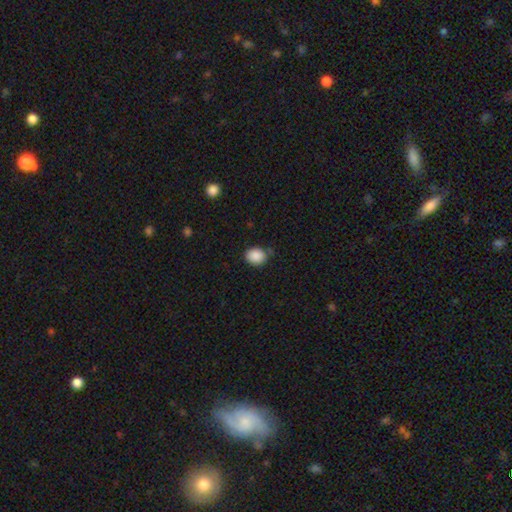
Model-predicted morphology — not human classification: Smooth or featured? Predicted: smooth (p=0.88). How rounded? Predicted: round (p=0.54). Merging? Predicted: none (p=0.77).